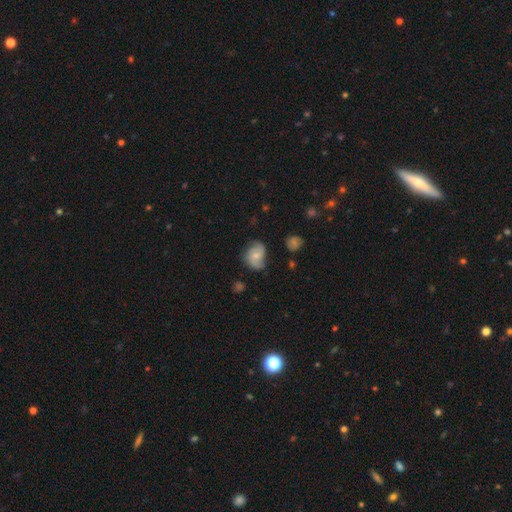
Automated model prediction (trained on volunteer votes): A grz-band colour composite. It shows a featured or disk galaxy (66%) with no bar (58%), 2 (75%) medium (45%) spiral arms (92%) and a small central bulge (50%). Merging: none (62%).